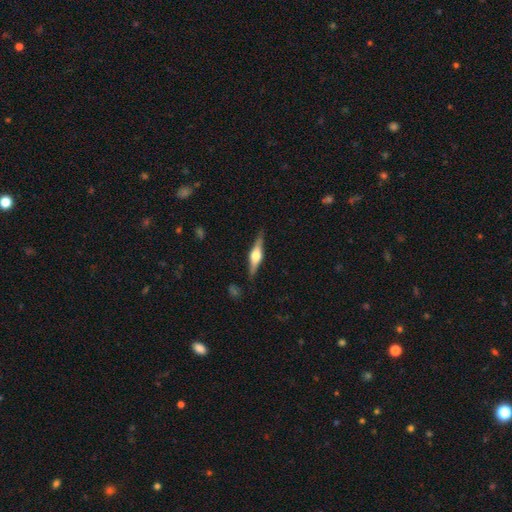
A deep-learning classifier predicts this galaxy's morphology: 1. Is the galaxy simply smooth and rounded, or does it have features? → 71% featured or disk, 24% smooth, 6% star or artifact.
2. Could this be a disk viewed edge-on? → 97% yes, 3% no.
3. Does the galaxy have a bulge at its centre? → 92% rounded, 6% boxy, 2% none.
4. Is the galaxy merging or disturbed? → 87% none, 10% minor disturbance, 2% major disturbance, 1% merger.